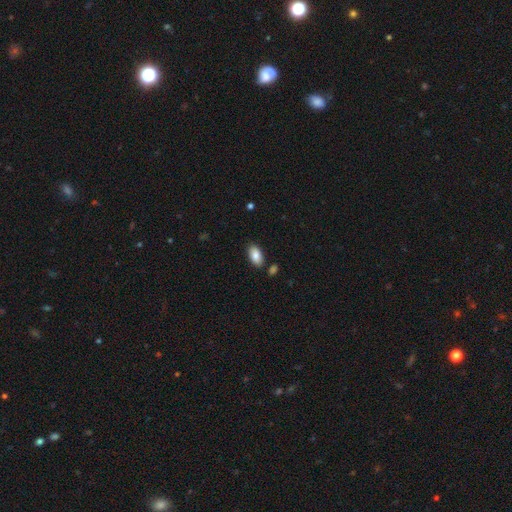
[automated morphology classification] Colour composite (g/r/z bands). It shows a smooth galaxy with no disk features (84%) that is in between round and cigar-shaped (94%). Merging: none (84%).